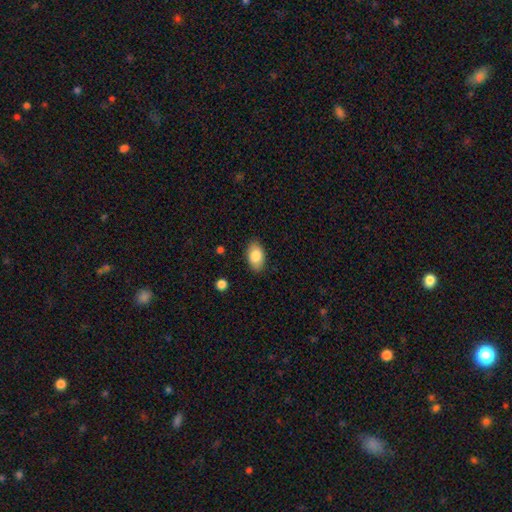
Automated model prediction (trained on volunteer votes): Smooth or featured? Predicted: smooth (p=0.84). How rounded? Predicted: in between (p=0.92). Merging? Predicted: none (p=0.86).